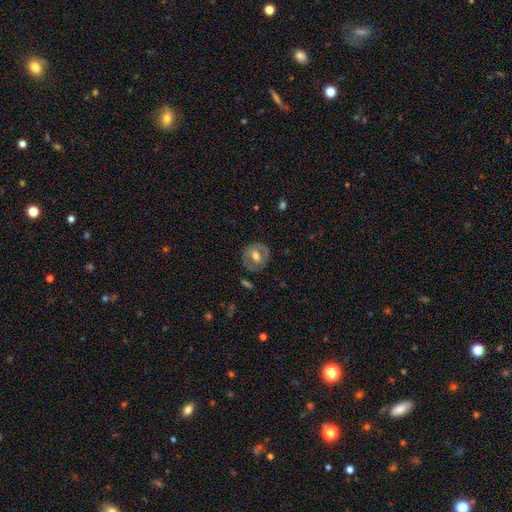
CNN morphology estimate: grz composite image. It shows a smooth galaxy with no disk features (47%). Merging: none (78%).